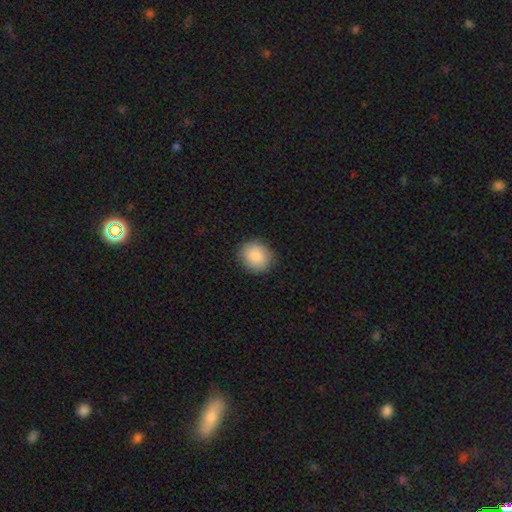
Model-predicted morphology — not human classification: Q: Smooth or featured?
A: smooth (89%); runner-up: star or artifact (7%)
Q: How rounded?
A: round (75%); runner-up: in between (24%)
Q: Merging?
A: none (89%); runner-up: minor disturbance (8%)